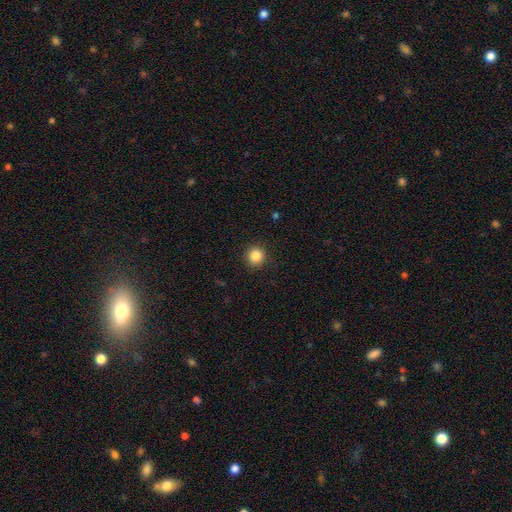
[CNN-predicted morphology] Q: Smooth or featured?
A: smooth (86%); runner-up: star or artifact (10%)
Q: How rounded?
A: round (93%); runner-up: in between (6%)
Q: Merging?
A: none (91%); runner-up: minor disturbance (6%)